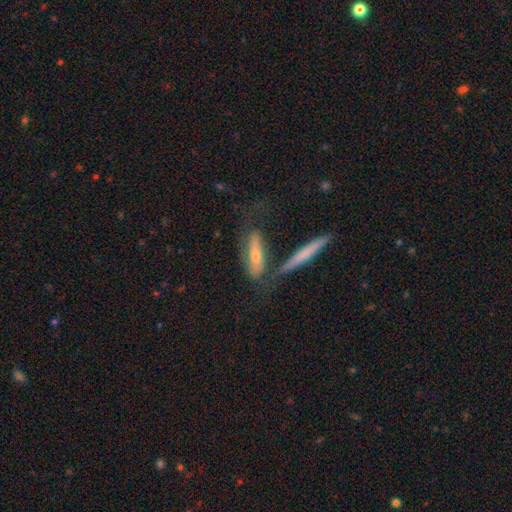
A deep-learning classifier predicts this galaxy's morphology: This is possibly a featured or disk galaxy (50%). Merging: possibly none (49%).